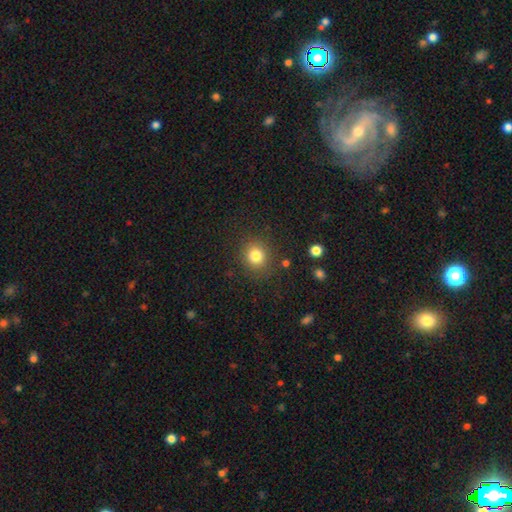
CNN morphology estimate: A smooth galaxy with no disk features (81%) that is round (85%).

Vote fractions:
- Smooth or featured? smooth: 81% / star or artifact: 12% / featured or disk: 7%
- How rounded? round: 85% / in between: 14% / cigar-shaped: 1%
- Merging? none: 86% / minor disturbance: 8% / major disturbance: 3% / merger: 2%